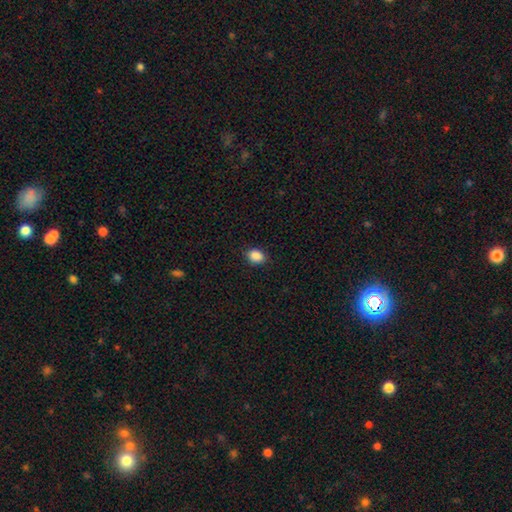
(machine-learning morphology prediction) Smooth or featured?
  - smooth: 88% *
  - star or artifact: 9%
  - featured or disk: 3%
How rounded?
  - in between: 66% *
  - round: 33%
  - cigar-shaped: 1%
Merging?
  - none: 89% *
  - minor disturbance: 8%
  - major disturbance: 2%
  - merger: 1%